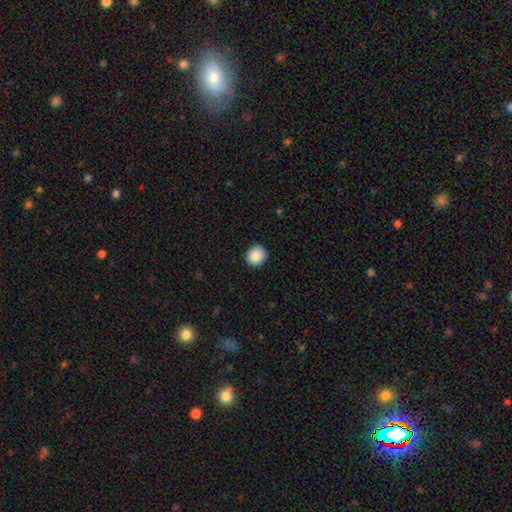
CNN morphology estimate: This appears to be a smooth galaxy with no disk features (89%) that is round (85%). Merging: none (91%).